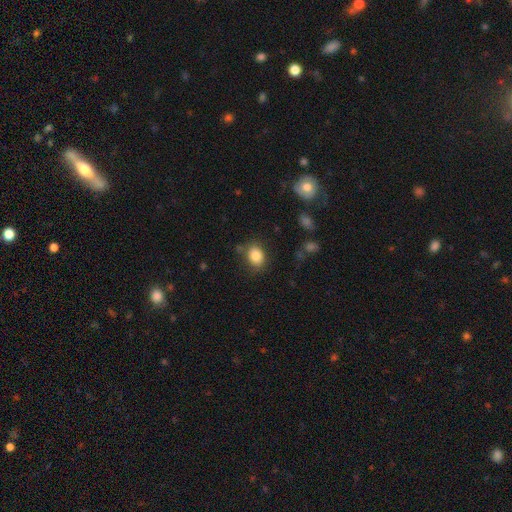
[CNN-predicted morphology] Smooth or featured? smooth (84%)
How rounded? in between (56%)
Merging? none (78%)